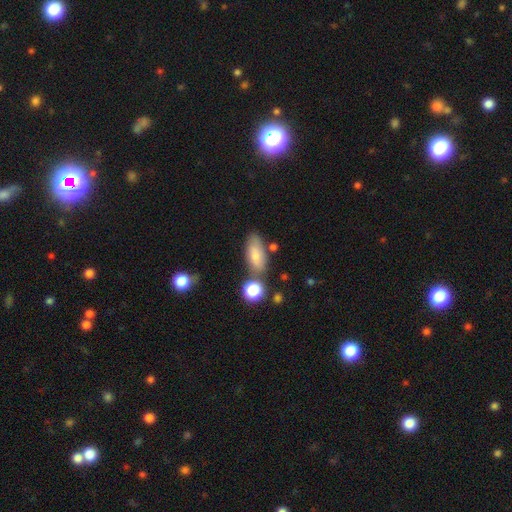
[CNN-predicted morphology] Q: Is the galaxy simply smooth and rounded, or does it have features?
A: smooth — 75%.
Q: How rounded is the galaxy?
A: in between — 85%.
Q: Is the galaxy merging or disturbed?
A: none — 63%.